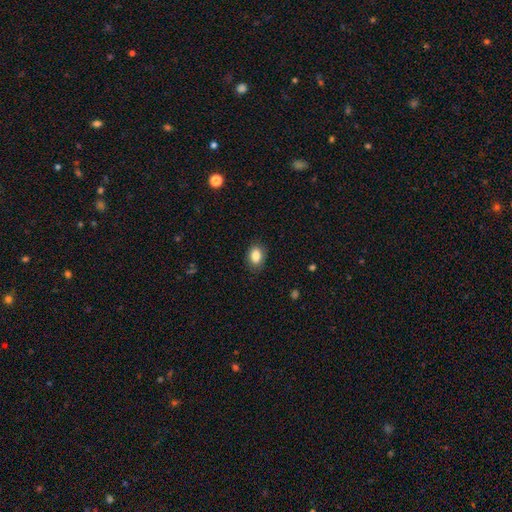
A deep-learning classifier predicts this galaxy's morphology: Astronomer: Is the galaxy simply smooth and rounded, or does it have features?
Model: smooth — 87%.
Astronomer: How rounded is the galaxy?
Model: in between — 76%.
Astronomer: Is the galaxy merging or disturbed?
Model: none — 86%.